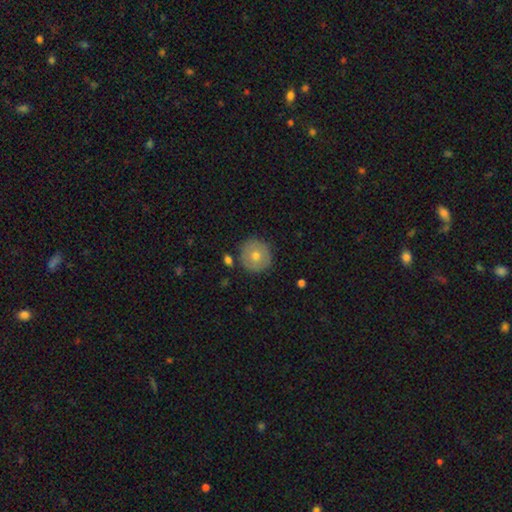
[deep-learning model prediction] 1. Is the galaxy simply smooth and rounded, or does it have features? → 63% smooth, 28% featured or disk, 8% star or artifact.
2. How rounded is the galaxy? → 95% round, 4% in between, 1% cigar-shaped.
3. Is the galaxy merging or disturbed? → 88% none, 8% minor disturbance, 2% merger, 2% major disturbance.